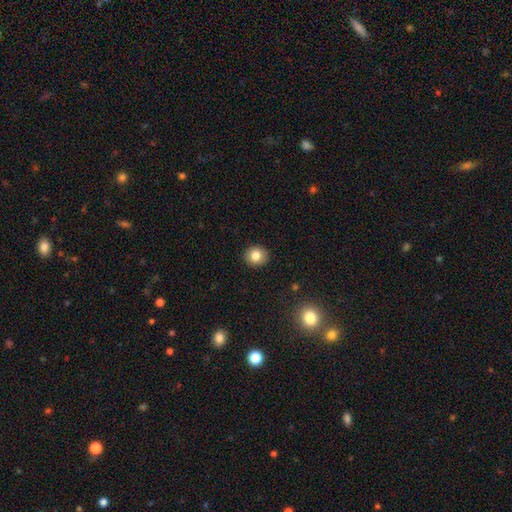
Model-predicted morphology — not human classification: Smooth or featured? Predicted: smooth (p=0.81). How rounded? Predicted: round (p=0.84). Merging? Predicted: none (p=0.91).